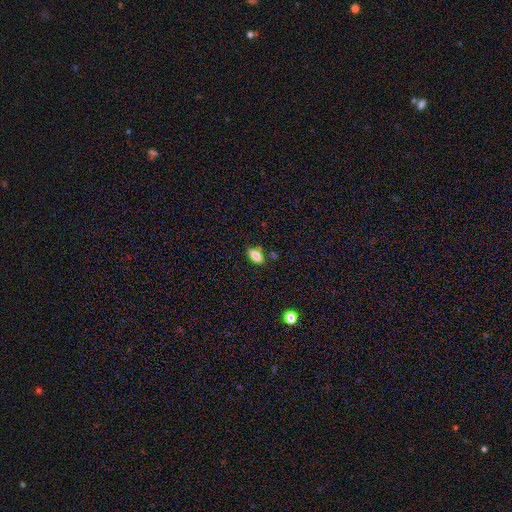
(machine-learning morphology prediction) smooth 82%, featured or disk 9%, star or artifact 9%. Down the decision tree: how rounded — in between (87%); merging — none (78%).